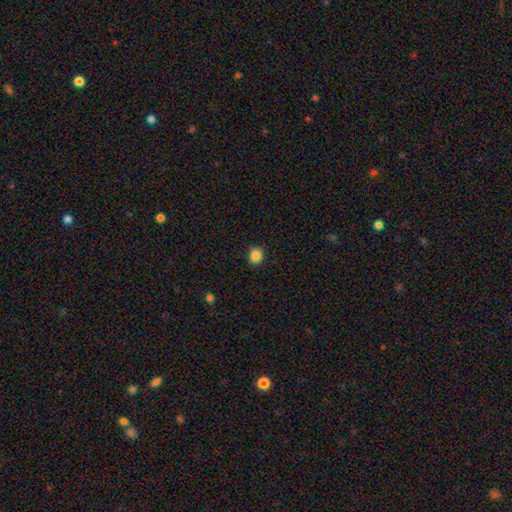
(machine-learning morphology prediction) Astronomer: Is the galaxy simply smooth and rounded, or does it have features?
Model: smooth — 86%.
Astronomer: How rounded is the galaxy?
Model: round — 80%.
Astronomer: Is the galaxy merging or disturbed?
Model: none — 89%.